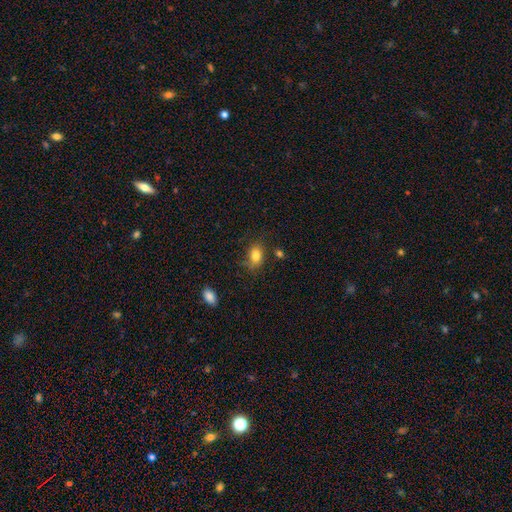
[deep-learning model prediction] smooth-or-featured: smooth: 81% | star or artifact: 10% | featured or disk: 9%
  how-rounded: in between: 78% | round: 21% | cigar-shaped: 2%
  merging: none: 66% | minor disturbance: 22% | major disturbance: 8% | merger: 4%